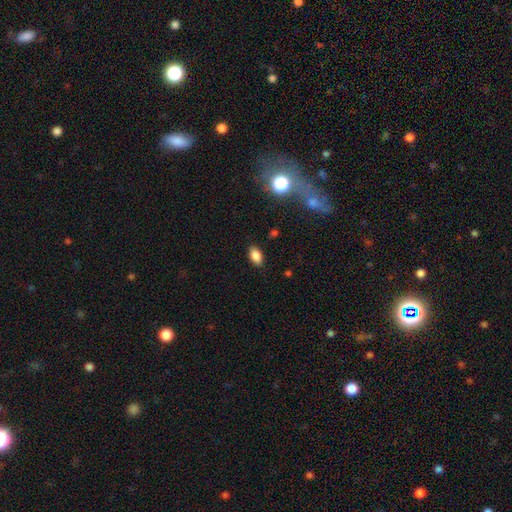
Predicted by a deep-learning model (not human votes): This is clearly a smooth galaxy (85%). How rounded: clearly in between (91%). Merging: clearly none (86%).